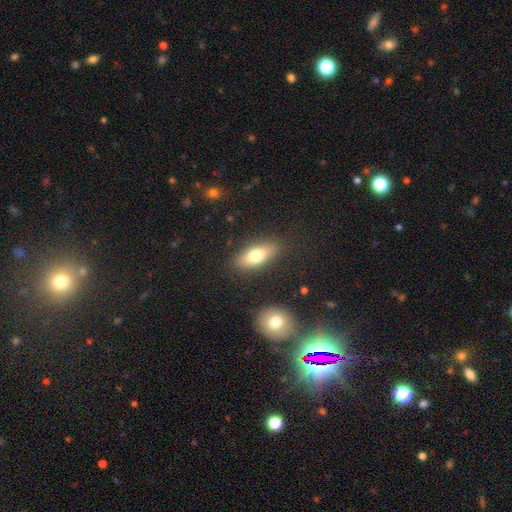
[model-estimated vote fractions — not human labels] Smooth or featured? Predicted: smooth (p=0.69). How rounded? Predicted: in between (p=0.73). Merging? Predicted: none (p=0.85).